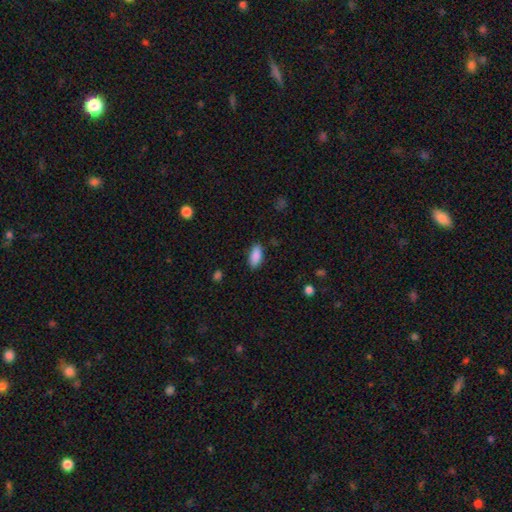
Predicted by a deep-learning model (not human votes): Morphology: type=smooth (89%); roundness=in between (89%); merging=none (85%).